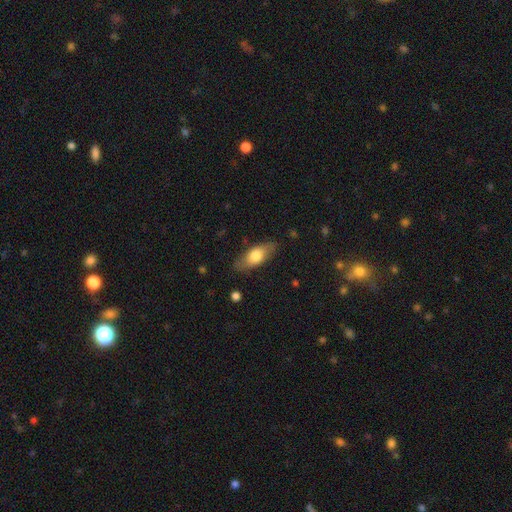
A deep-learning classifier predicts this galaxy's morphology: This appears to be a smooth galaxy with no disk features (68%) that is in between round and cigar-shaped (77%). Merging: none (82%).